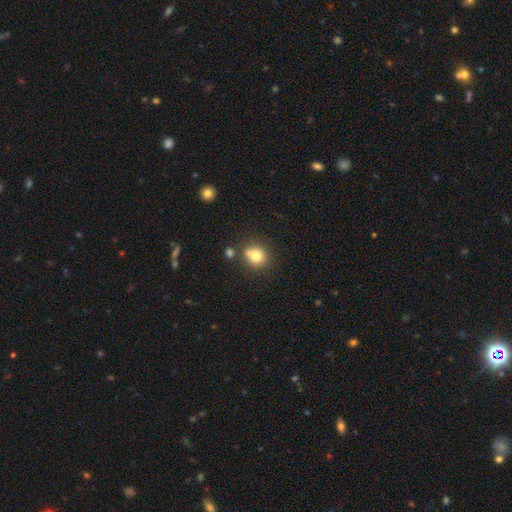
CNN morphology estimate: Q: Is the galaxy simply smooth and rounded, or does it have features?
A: smooth — 76%.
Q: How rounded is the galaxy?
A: round — 84%.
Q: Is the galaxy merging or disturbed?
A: none — 58%.